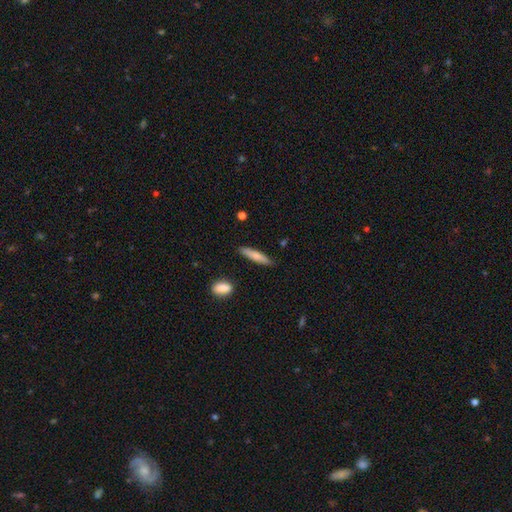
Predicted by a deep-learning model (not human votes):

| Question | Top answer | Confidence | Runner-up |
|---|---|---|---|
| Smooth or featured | smooth | 75% | featured or disk (19%) |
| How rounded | cigar-shaped | 85% | in between (13%) |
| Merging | none | 86% | minor disturbance (10%) |